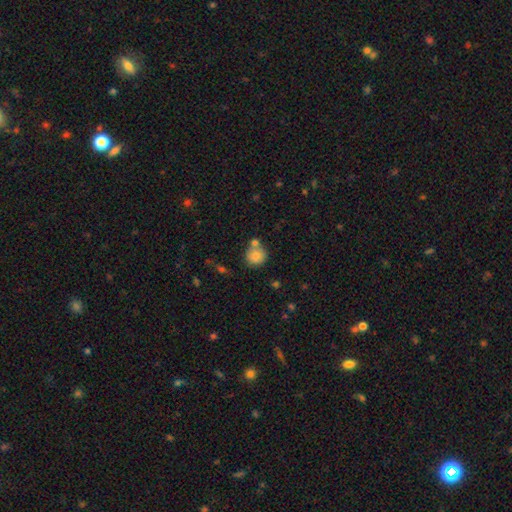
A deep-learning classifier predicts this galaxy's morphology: Smooth or featured? smooth (83%)
How rounded? round (88%)
Merging? none (60%)